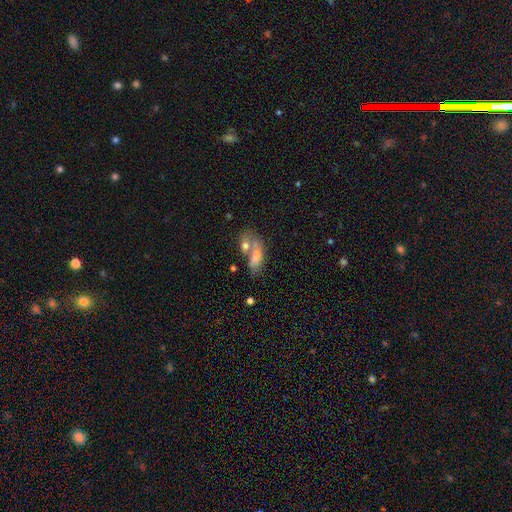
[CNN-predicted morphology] smooth-or-featured: smooth: 69% | featured or disk: 22% | star or artifact: 9%
  how-rounded: in between: 78% | cigar-shaped: 15% | round: 6%
  merging: merger: 45% | none: 27% | minor disturbance: 14% | major disturbance: 13%